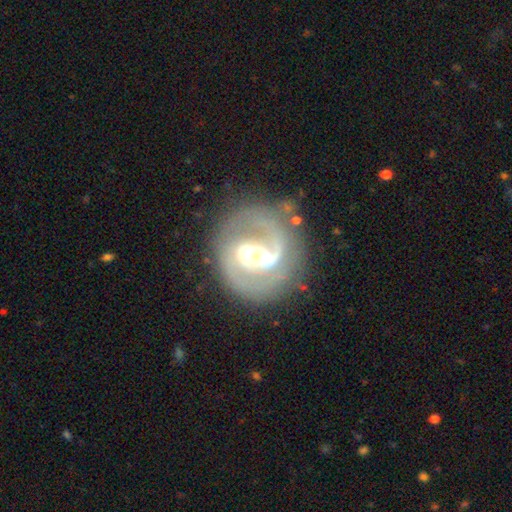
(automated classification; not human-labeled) smooth-or-featured: featured or disk: 85% | smooth: 8% | star or artifact: 6%
  disk-edge-on: no: 97% | yes: 3%
    bar: strong: 61% | weak: 30% | no: 9%
    has-spiral-arms: yes: 92% | no: 8%
      spiral-winding: medium: 45% | tight: 34% | loose: 21%
      spiral-arm-count: 2: 75% | 1: 12% | can't tell: 7% | 3: 3% | 4: 1% | more than 4: 1%
    bulge-size: moderate: 35% | small: 25% | large: 23% | none: 13% | dominant: 4%
  merging: none: 69% | minor disturbance: 15% | major disturbance: 12% | merger: 3%